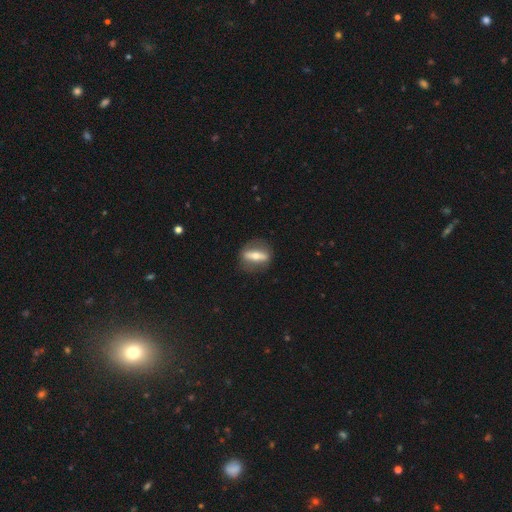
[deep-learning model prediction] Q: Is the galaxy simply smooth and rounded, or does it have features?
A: featured or disk — 61%.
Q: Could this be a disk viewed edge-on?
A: yes — 54%.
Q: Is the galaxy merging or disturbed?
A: none — 81%.